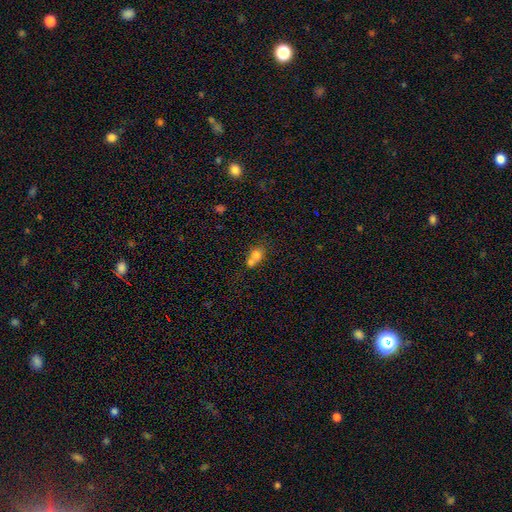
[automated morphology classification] Smooth or featured? Predicted: smooth (p=0.71). How rounded? Predicted: round (p=0.64). Merging? Predicted: merger (p=0.64).